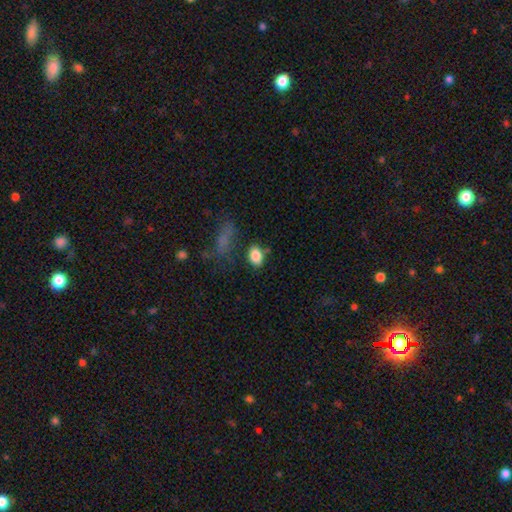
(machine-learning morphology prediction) smooth 85%, star or artifact 9%, featured or disk 6%. Down the decision tree: how rounded — in between (78%); merging — none (71%).